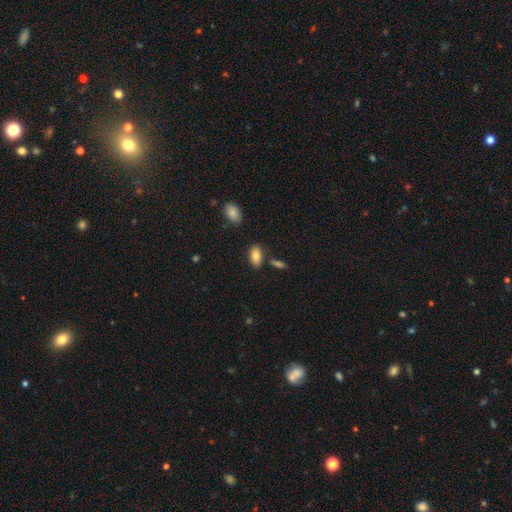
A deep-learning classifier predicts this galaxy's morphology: This appears to be a smooth galaxy with no disk features (84%) that is in between round and cigar-shaped (93%). Merging: none (78%).